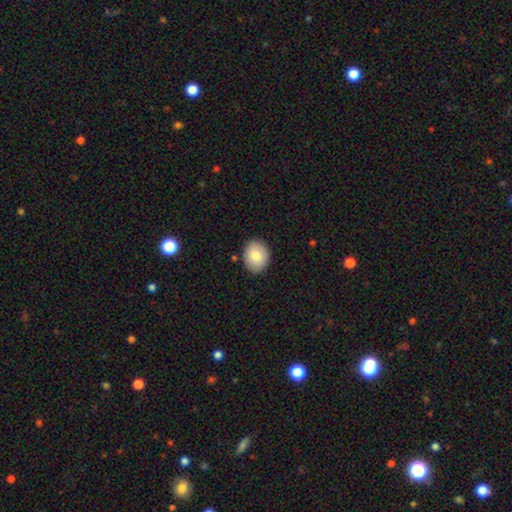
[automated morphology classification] This is likely a smooth galaxy (80%). How rounded: possibly in between (54%). Merging: clearly none (88%).